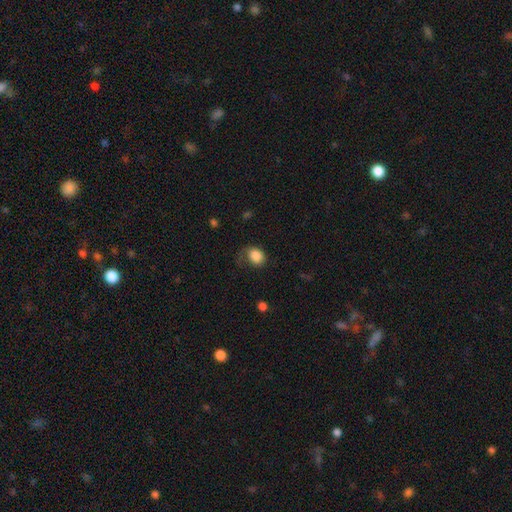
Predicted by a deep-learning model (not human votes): Morphology: type=smooth (84%); roundness=round (50%); merging=none (43%).